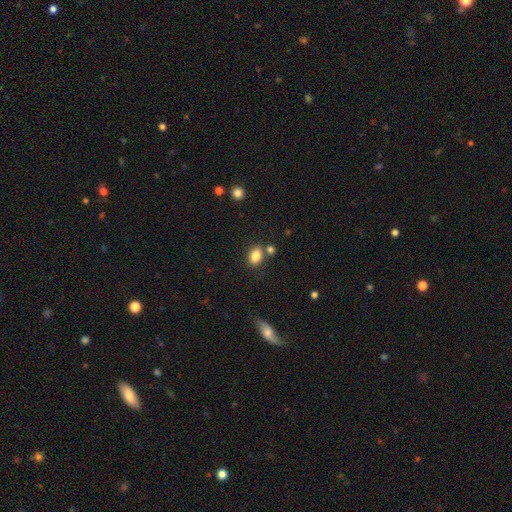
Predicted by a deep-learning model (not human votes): smooth-or-featured: smooth: 83% | star or artifact: 10% | featured or disk: 7%
  how-rounded: in between: 76% | round: 23% | cigar-shaped: 1%
  merging: none: 70% | merger: 15% | minor disturbance: 12% | major disturbance: 3%